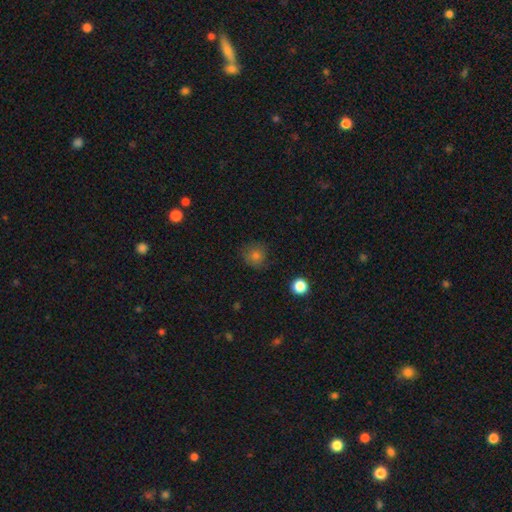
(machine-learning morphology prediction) Smooth or featured: smooth — 75% (star or artifact — 15%)
How rounded: round — 89% (in between — 10%)
Merging: none — 79% (minor disturbance — 16%)